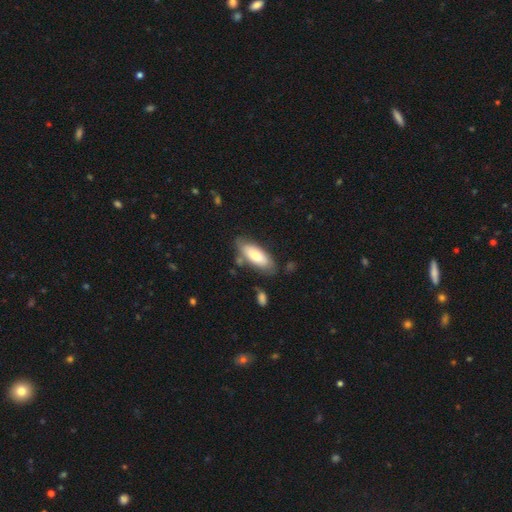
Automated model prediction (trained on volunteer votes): smooth 72%, featured or disk 22%, star or artifact 6%. Down the decision tree: how rounded — in between (77%); merging — none (69%).